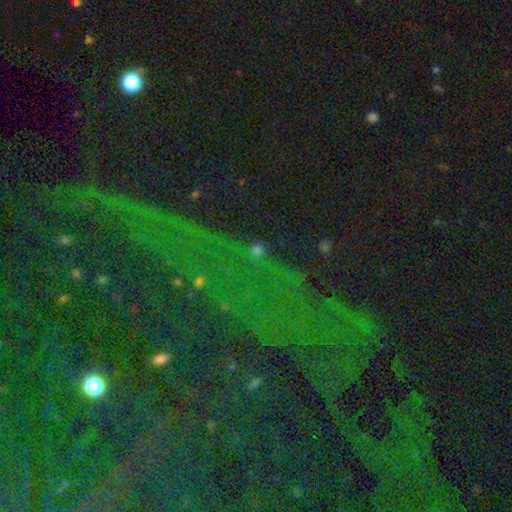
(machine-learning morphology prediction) Smooth or featured?
  - star or artifact: 79% *
  - smooth: 11%
  - featured or disk: 10%